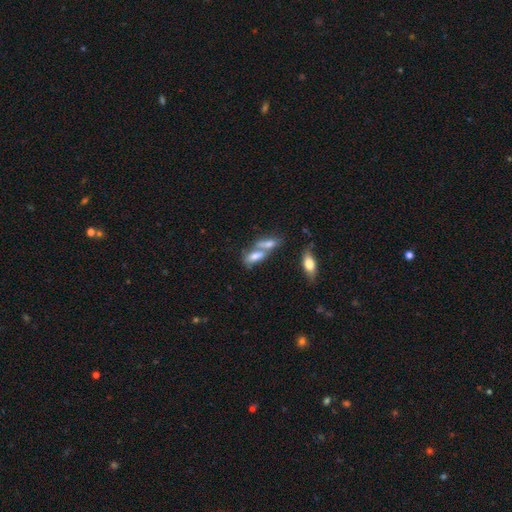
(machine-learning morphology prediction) type=smooth (65%); roundness=in between (74%); merging=merger (55%).